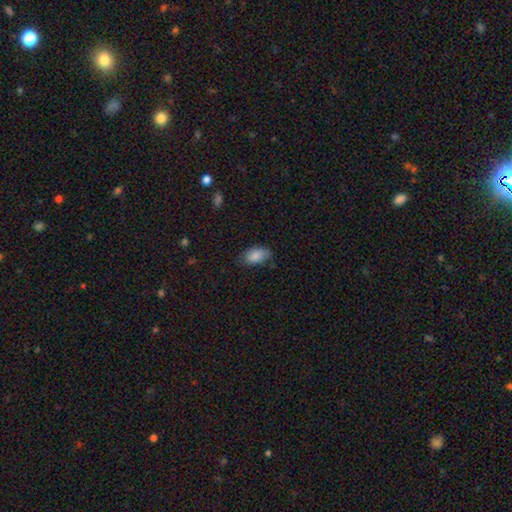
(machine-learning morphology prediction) Smooth or featured? Predicted: smooth (p=0.86). How rounded? Predicted: in between (p=0.92). Merging? Predicted: none (p=0.68).